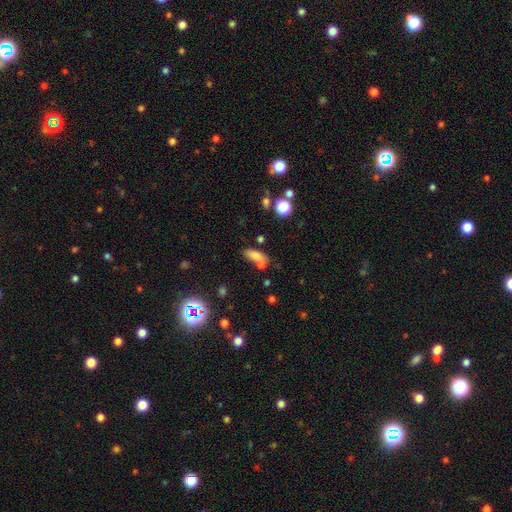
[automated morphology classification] Q: Smooth or featured?
A: smooth (75%); runner-up: star or artifact (14%)
Q: How rounded?
A: in between (75%); runner-up: cigar-shaped (19%)
Q: Merging?
A: none (47%); runner-up: merger (32%)